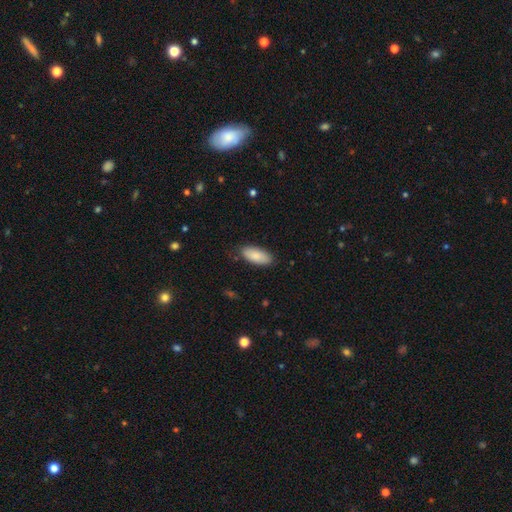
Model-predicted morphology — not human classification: Smooth or featured? Predicted: smooth (p=0.86). How rounded? Predicted: in between (p=0.88). Merging? Predicted: none (p=0.82).